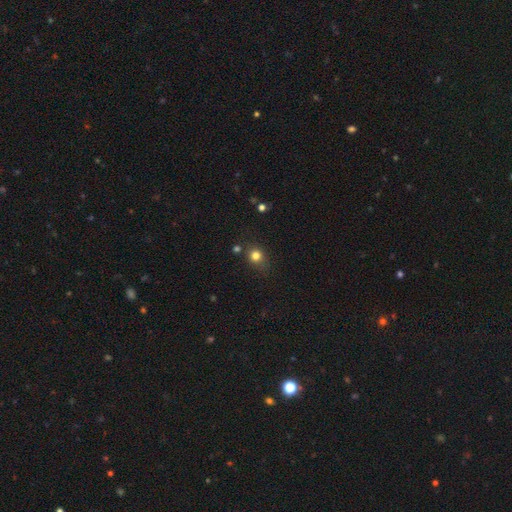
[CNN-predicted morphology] Smooth or featured? smooth (79%)
How rounded? round (73%)
Merging? none (73%)